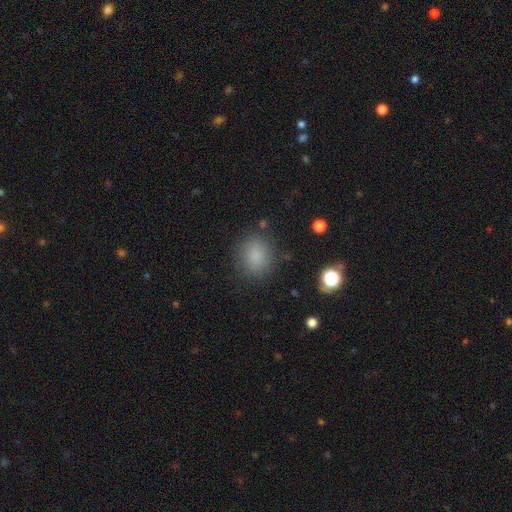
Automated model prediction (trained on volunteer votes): smooth_or_featured: smooth (p=0.84) [alt: star or artifact p=0.12]
how_rounded: round (p=0.70) [alt: in between p=0.29]
merging: none (p=0.84) [alt: minor disturbance p=0.10]